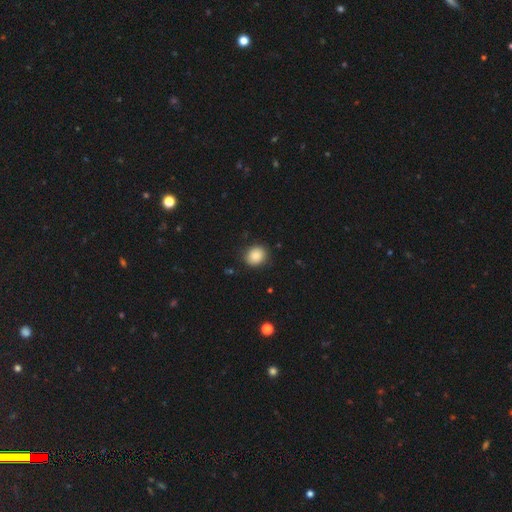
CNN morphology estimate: smooth_or_featured: smooth (p=0.86) [alt: star or artifact p=0.09]
how_rounded: round (p=0.73) [alt: in between p=0.26]
merging: none (p=0.86) [alt: minor disturbance p=0.10]